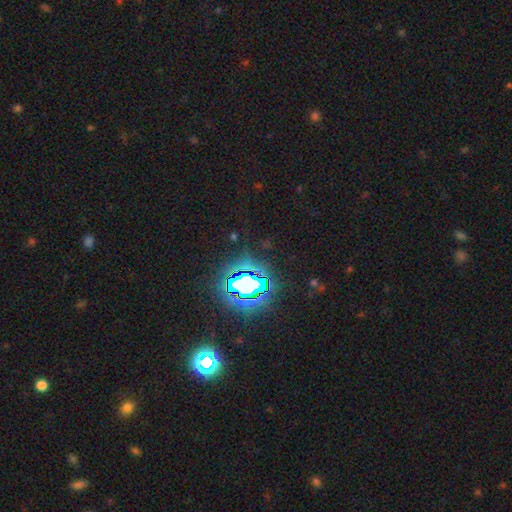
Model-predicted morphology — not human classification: This appears to be a star or artifact, not a galaxy (81%).